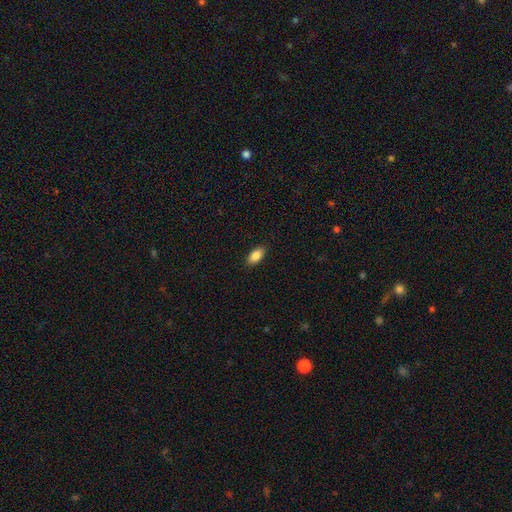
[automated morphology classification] A smooth galaxy with no disk features (86%) that is in between round and cigar-shaped (91%). Merging: none (88%).